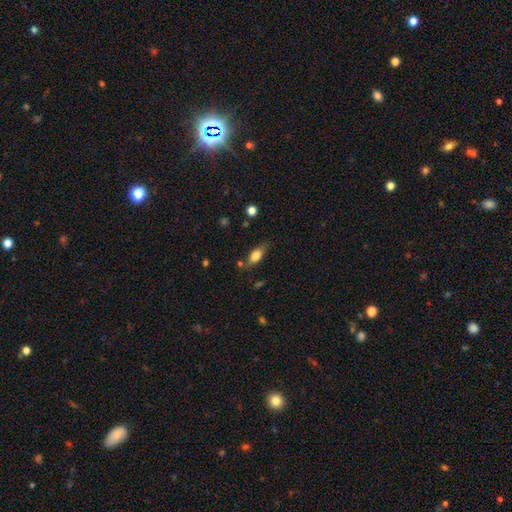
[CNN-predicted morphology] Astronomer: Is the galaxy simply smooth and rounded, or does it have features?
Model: smooth — 76%.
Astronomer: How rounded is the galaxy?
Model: in between — 79%.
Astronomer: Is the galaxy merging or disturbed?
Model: none — 71%.